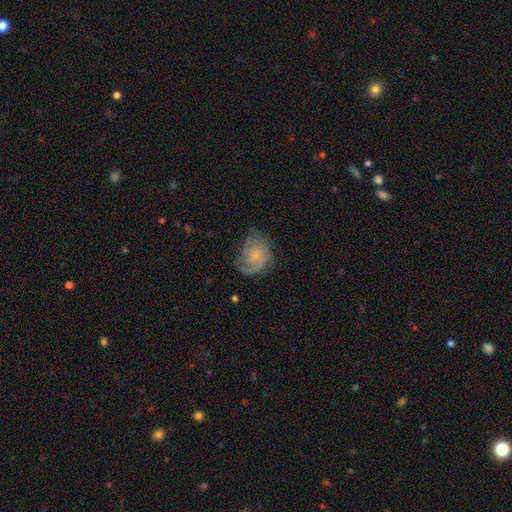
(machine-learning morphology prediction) Smooth or featured: featured or disk — 59% (smooth — 33%)
Edge-on disk: no — 97% (yes — 3%)
Bar: no — 81% (weak — 17%)
Spiral arms: yes — 84% (no — 16%)
Bulge size: small — 73% (moderate — 18%)
Merging: none — 51% (minor disturbance — 28%)